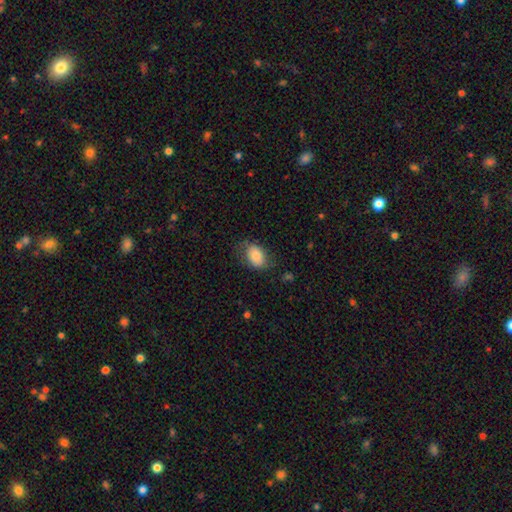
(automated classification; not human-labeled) The model was most divided on "merging": none: 66%, minor disturbance: 23%, major disturbance: 9%, merger: 1%. More confident: how rounded — in between (84%); smooth or featured — smooth (80%).